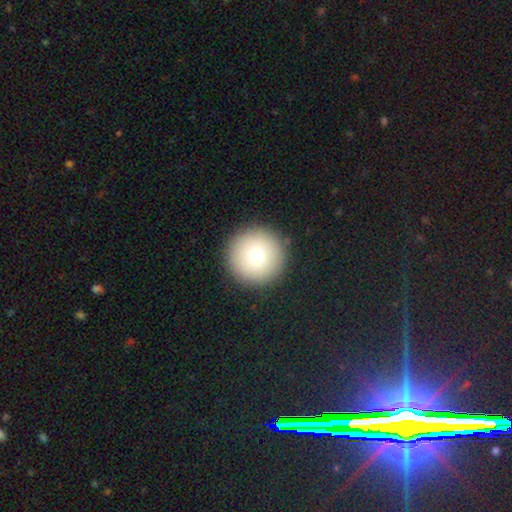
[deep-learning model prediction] Smooth or featured? Predicted: smooth (p=0.74). How rounded? Predicted: round (p=0.97). Merging? Predicted: none (p=0.92).